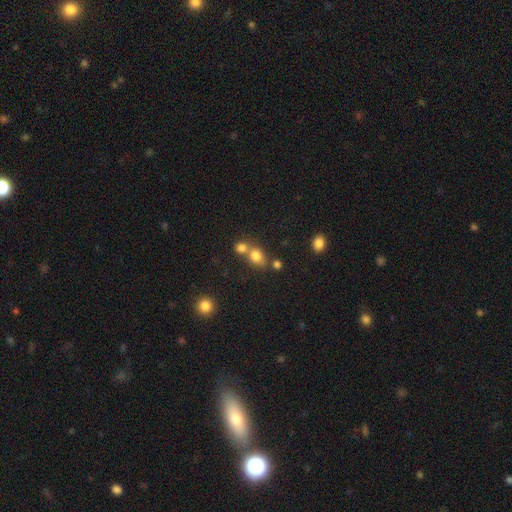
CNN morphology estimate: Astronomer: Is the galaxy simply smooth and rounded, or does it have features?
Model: smooth — 78%.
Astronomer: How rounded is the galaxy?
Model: round — 60% (runner-up: in between, 38%).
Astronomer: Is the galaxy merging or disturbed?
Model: merger — 47% (runner-up: none, 41%).